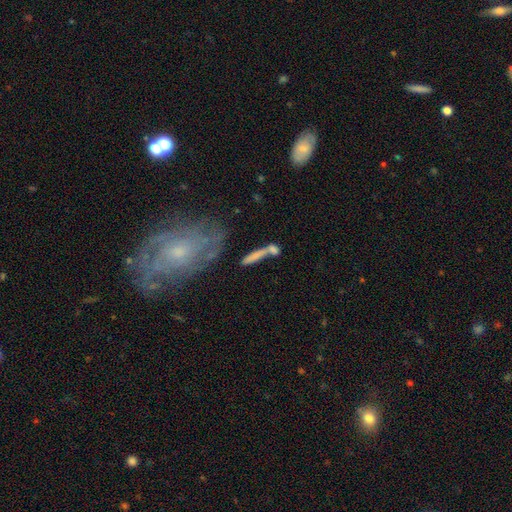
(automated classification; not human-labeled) This appears to be a smooth galaxy with no disk features (67%) that is cigar-shaped (80%). Merging: merger (43%).